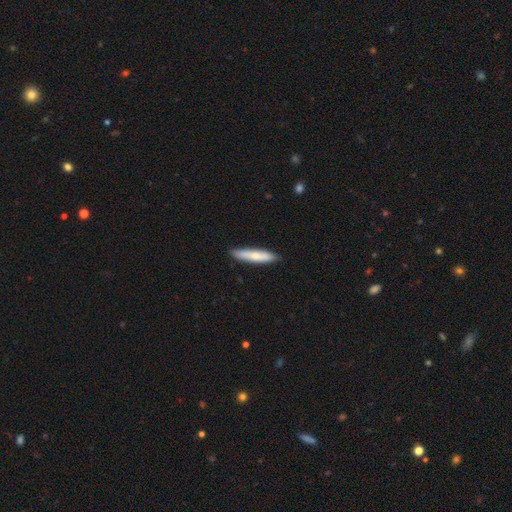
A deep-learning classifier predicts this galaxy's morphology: A smooth galaxy with no disk features (72%) that is cigar-shaped (87%).

Vote fractions:
- Smooth or featured? smooth: 72% / featured or disk: 22% / star or artifact: 5%
- How rounded? cigar-shaped: 87% / in between: 12% / round: 1%
- Merging? none: 88% / minor disturbance: 9% / major disturbance: 2% / merger: 1%